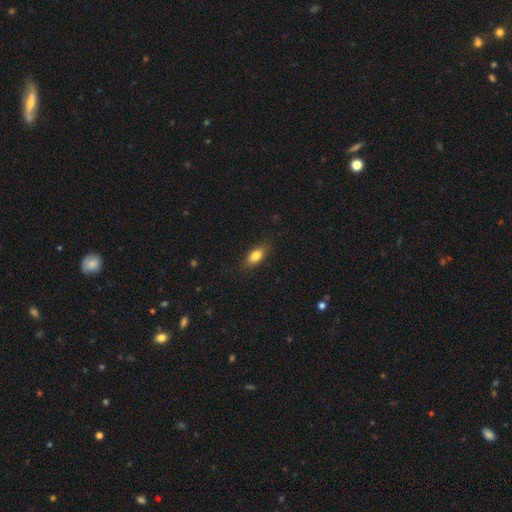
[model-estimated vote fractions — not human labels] smooth 78%, featured or disk 15%, star or artifact 7%. Down the decision tree: how rounded — in between (78%); merging — none (84%).